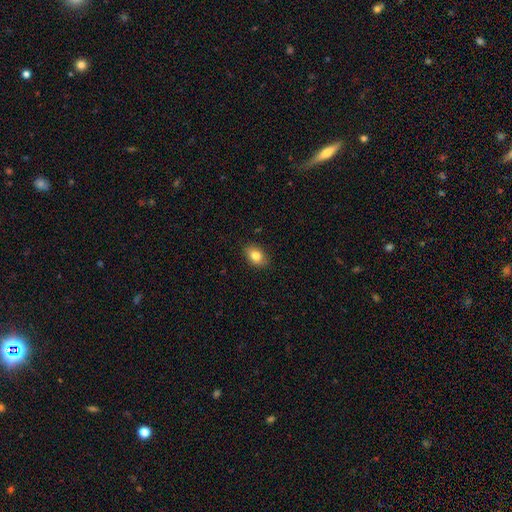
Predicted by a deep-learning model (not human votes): Smooth or featured? smooth (81%)
How rounded? in between (84%)
Merging? none (87%)